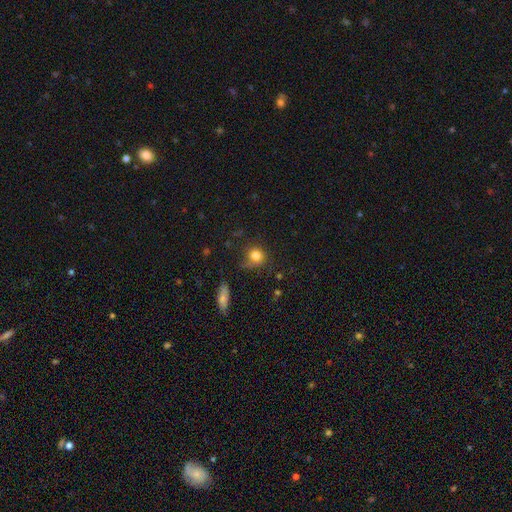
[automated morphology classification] Overall: smooth (80%). How rounded: round (85%). Merging: none (67%).